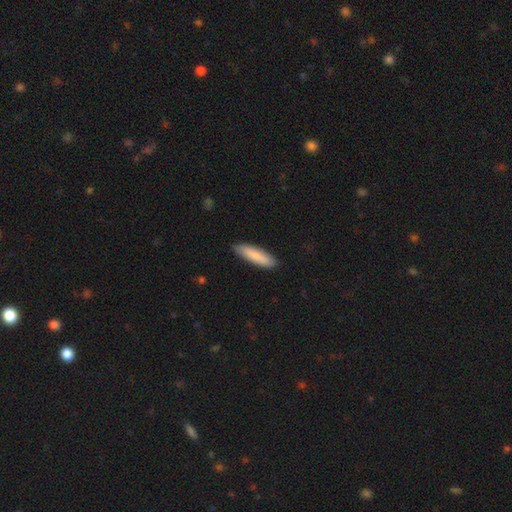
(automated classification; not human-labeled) smooth-or-featured: smooth: 85% | featured or disk: 10% | star or artifact: 5%
  how-rounded: cigar-shaped: 73% | in between: 26% | round: 1%
  merging: none: 88% | minor disturbance: 10% | major disturbance: 2% | merger: 1%